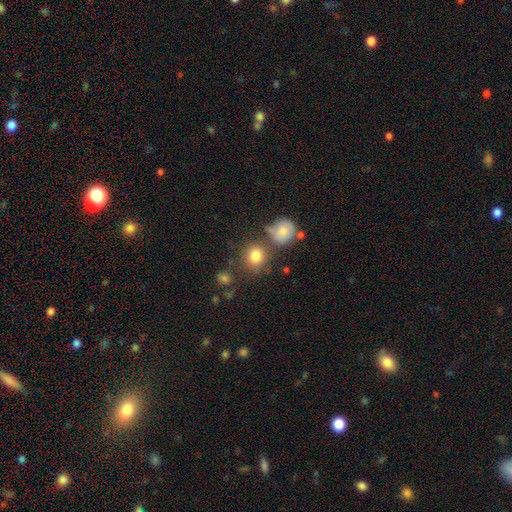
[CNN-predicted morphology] This is clearly a smooth galaxy (81%). How rounded: likely round (78%). Merging: likely none (66%).